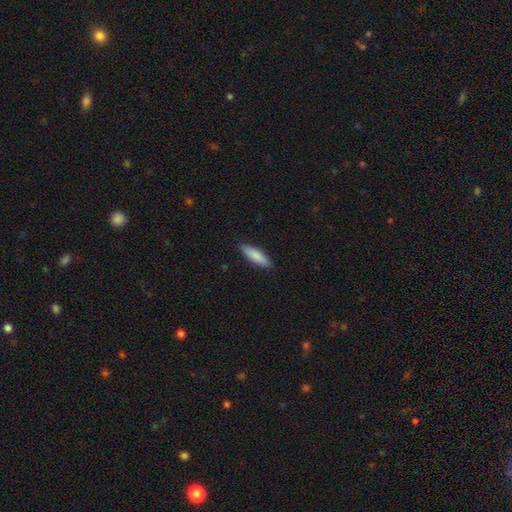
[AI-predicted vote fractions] Morphology: type=smooth (84%); roundness=cigar-shaped (57%); merging=none (88%).